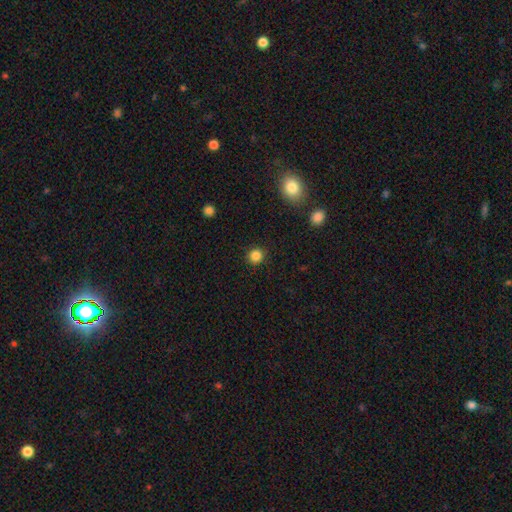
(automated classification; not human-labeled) Morphology: type=smooth (85%); roundness=round (90%); merging=none (90%).